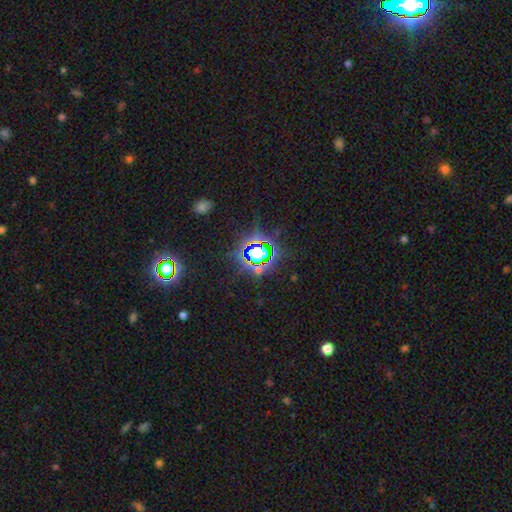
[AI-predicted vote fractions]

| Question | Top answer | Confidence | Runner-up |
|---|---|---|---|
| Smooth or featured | star or artifact | 72% | smooth (18%) |